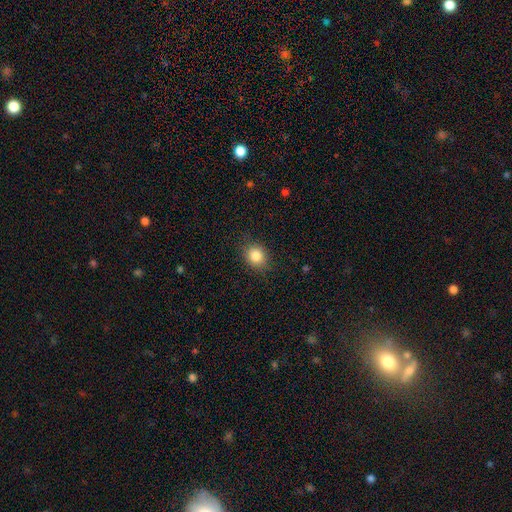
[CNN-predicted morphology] Smooth or featured? Predicted: smooth (p=0.85). How rounded? Predicted: round (p=0.68). Merging? Predicted: none (p=0.84).